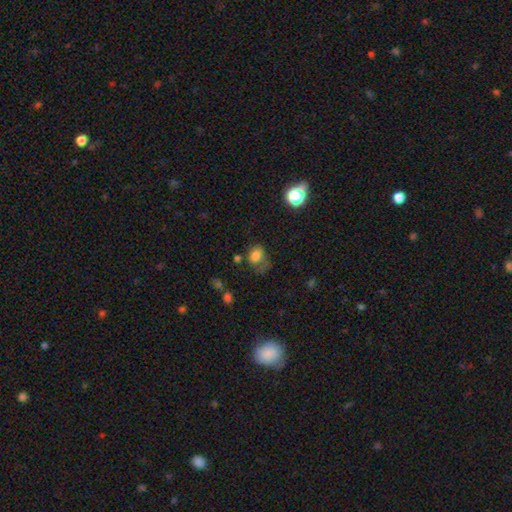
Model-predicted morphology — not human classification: Smooth or featured?
  - smooth: 76% *
  - star or artifact: 12%
  - featured or disk: 12%
How rounded?
  - in between: 58% *
  - round: 41%
  - cigar-shaped: 1%
Merging?
  - major disturbance: 33% * (tied)
  - none: 33% * (tied)
  - minor disturbance: 28%
  - merger: 6%